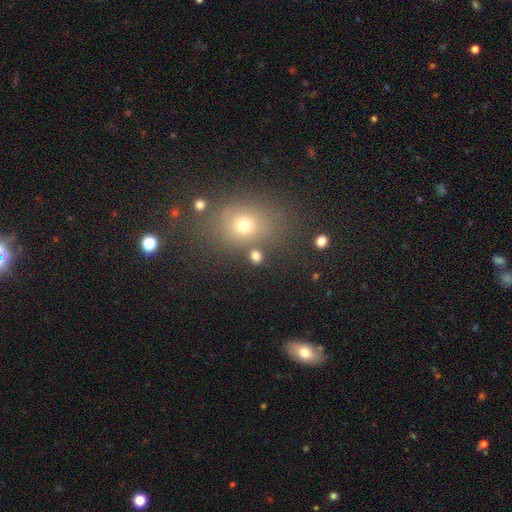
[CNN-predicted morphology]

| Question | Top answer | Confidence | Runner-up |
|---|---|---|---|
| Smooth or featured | smooth | 74% | star or artifact (18%) |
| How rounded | round | 65% | in between (33%) |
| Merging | none | 77% | merger (9%) |